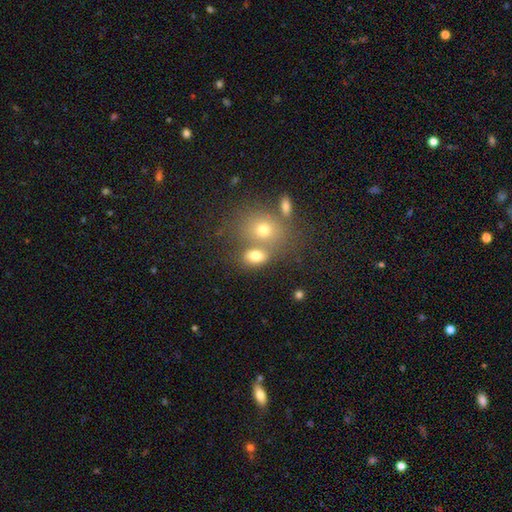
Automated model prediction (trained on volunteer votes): This appears to be a smooth galaxy with no disk features (74%) that is in between round and cigar-shaped (69%). Merging: none (46%).